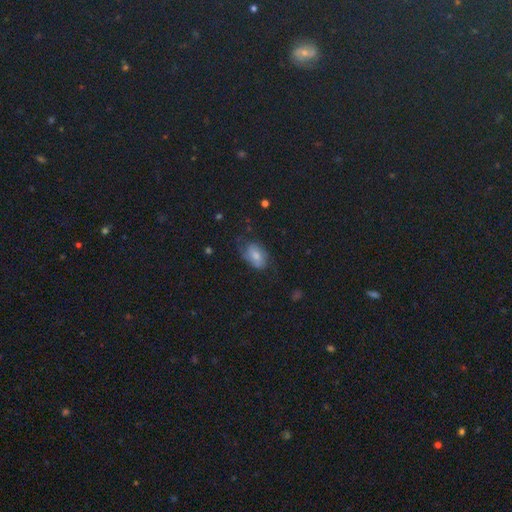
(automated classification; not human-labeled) This is possibly a smooth galaxy (47%). Merging: possibly none (57%).